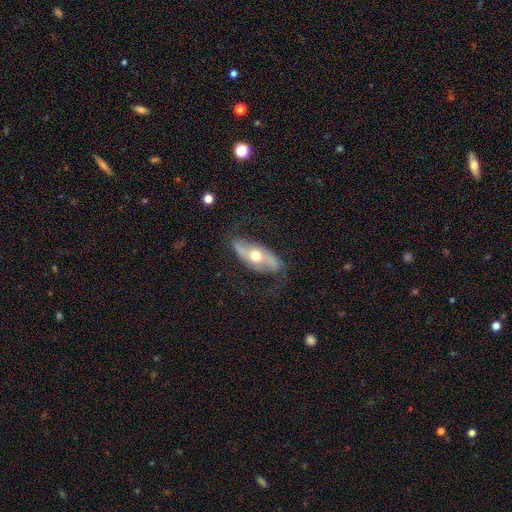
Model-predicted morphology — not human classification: A featured or disk galaxy (72%) with no bar (56%), spiral arms (80%) and a moderate central bulge (77%).

Vote fractions:
- Smooth or featured? featured or disk: 72% / smooth: 23% / star or artifact: 5%
- Edge-on disk? no: 83% / yes: 17%
- Bar? no: 56% / weak: 24% / strong: 20%
- Spiral arms? yes: 80% / no: 20%
- Bulge size? moderate: 77% / small: 12% / large: 9% / dominant: 1% / none: 1%
- Merging? none: 69% / minor disturbance: 19% / major disturbance: 10% / merger: 2%